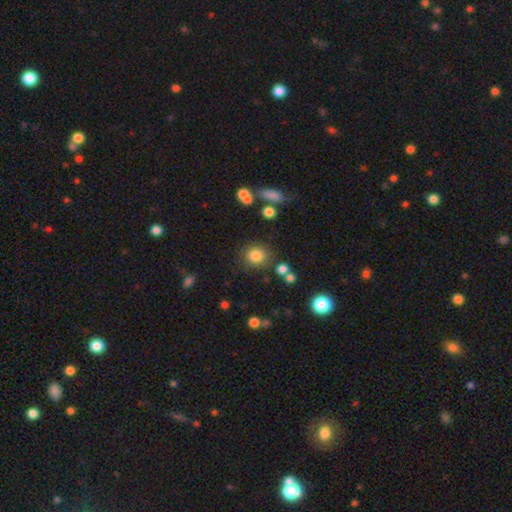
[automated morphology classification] The model was most divided on "how rounded": round: 83%, in between: 16%, cigar-shaped: 1%. More confident: smooth or featured — smooth (82%); merging — none (79%).